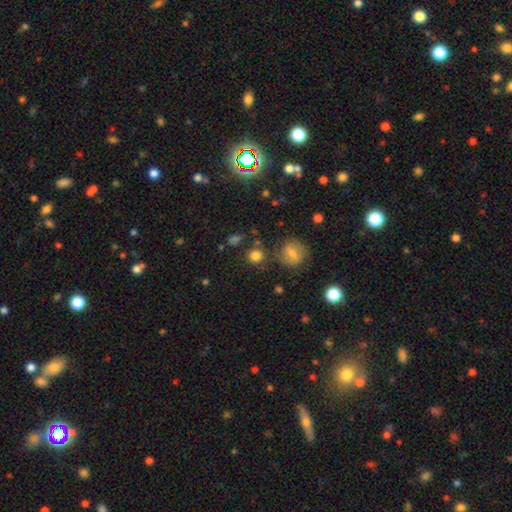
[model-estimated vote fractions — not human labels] Smooth or featured?
  - smooth: 80% *
  - star or artifact: 13%
  - featured or disk: 7%
How rounded?
  - round: 86% *
  - in between: 13%
  - cigar-shaped: 1%
Merging?
  - none: 75% *
  - minor disturbance: 12%
  - merger: 9%
  - major disturbance: 5%